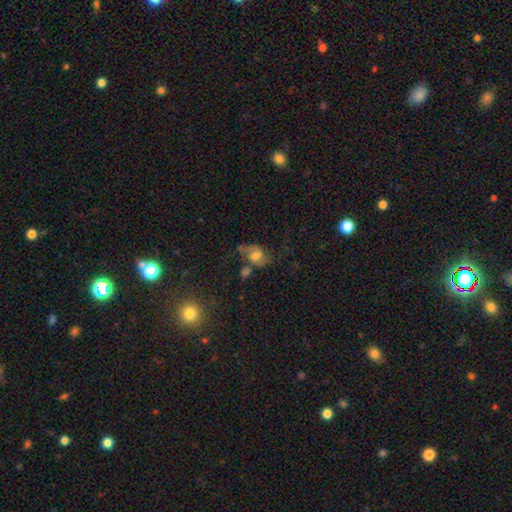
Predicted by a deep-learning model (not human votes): Smooth or featured?
  - featured or disk: 51% *
  - smooth: 37%
  - star or artifact: 12%
Edge-on disk?
  - no: 96% *
  - yes: 4%
Merging?
  - none: 43% *
  - minor disturbance: 23%
  - major disturbance: 18%
  - merger: 16%